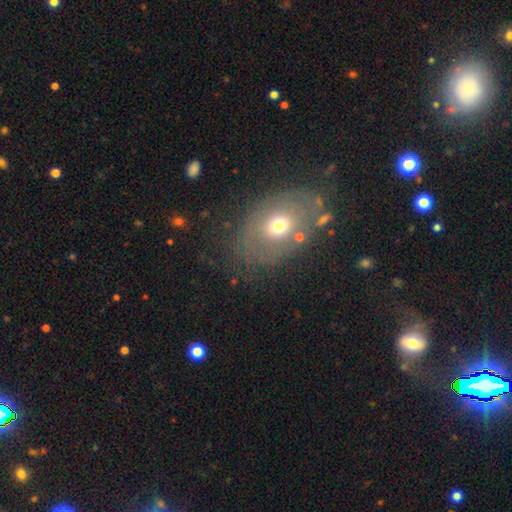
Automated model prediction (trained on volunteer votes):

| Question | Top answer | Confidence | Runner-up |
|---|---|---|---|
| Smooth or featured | featured or disk | 43% | smooth (37%) |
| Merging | none | 73% | minor disturbance (15%) |